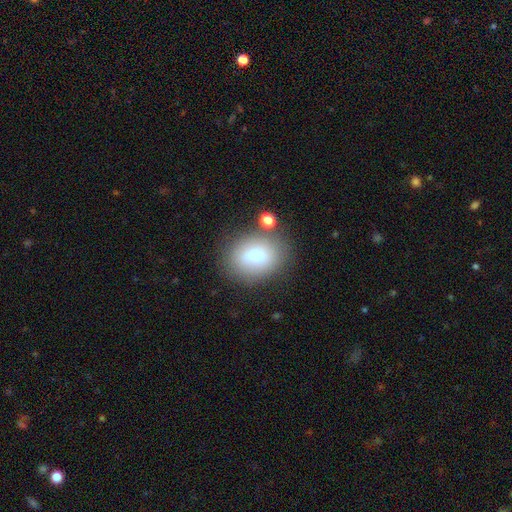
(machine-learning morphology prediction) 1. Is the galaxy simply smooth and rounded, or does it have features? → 80% smooth, 11% featured or disk, 9% star or artifact.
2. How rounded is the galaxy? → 62% in between, 36% round, 1% cigar-shaped.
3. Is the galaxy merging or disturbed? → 65% none, 17% minor disturbance, 10% merger, 7% major disturbance.